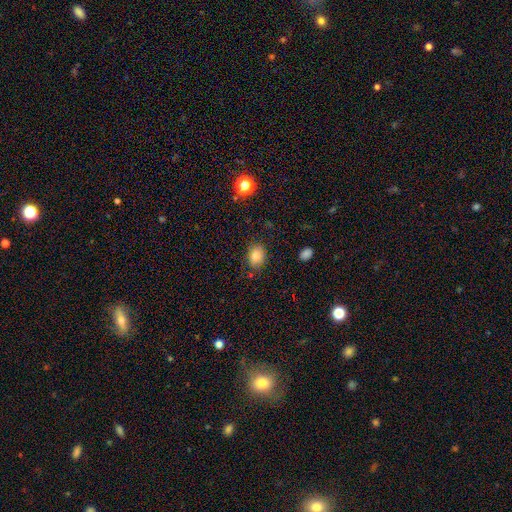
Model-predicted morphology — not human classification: This appears to be a smooth galaxy with no disk features (82%) that is in between round and cigar-shaped (59%). Merging: none (80%).